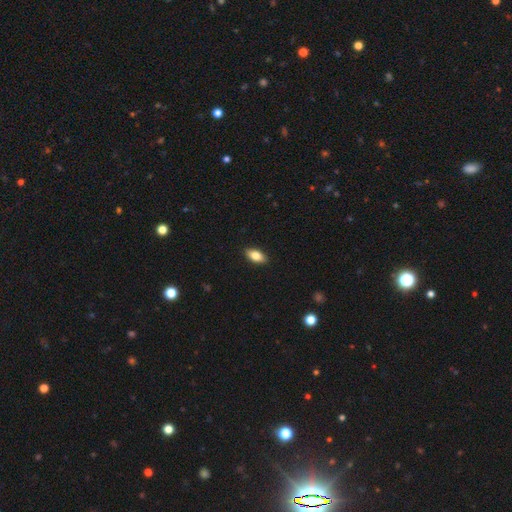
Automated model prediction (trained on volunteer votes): The model was most divided on "smooth or featured": smooth: 79%, featured or disk: 14%, star or artifact: 7%. More confident: merging — none (90%); how rounded — in between (89%).